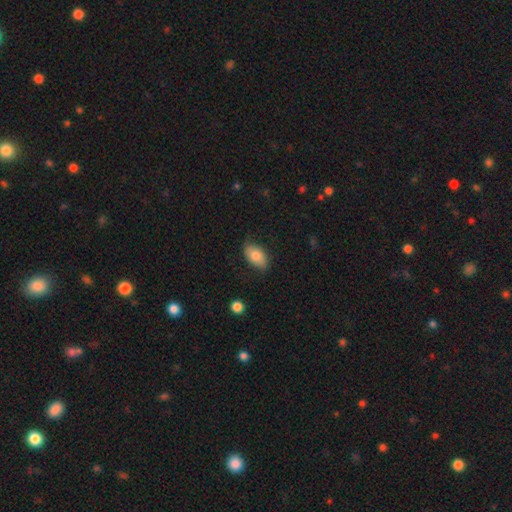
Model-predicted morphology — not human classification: Smooth or featured: smooth — 78% (featured or disk — 15%)
How rounded: in between — 93% (round — 5%)
Merging: none — 79% (minor disturbance — 17%)